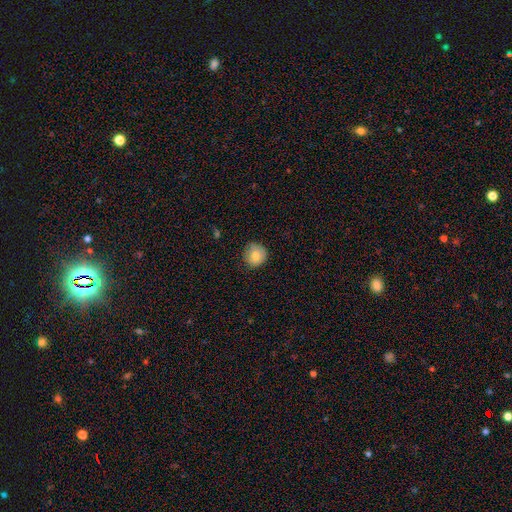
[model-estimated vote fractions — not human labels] Smooth or featured? smooth (81%)
How rounded? round (92%)
Merging? none (81%)